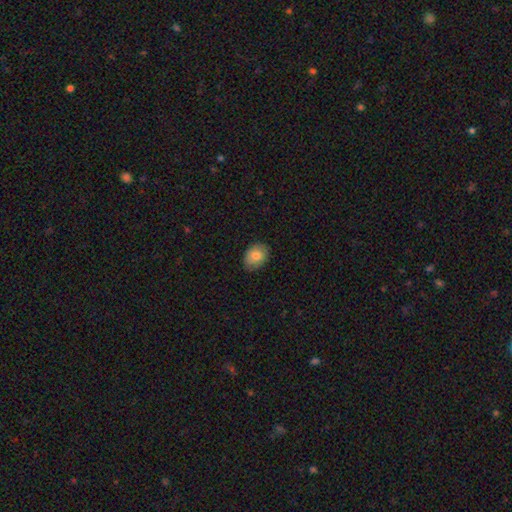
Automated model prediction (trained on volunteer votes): smooth-or-featured: smooth: 83% | featured or disk: 10% | star or artifact: 7%
  how-rounded: in between: 71% | round: 28% | cigar-shaped: 1%
  merging: none: 83% | minor disturbance: 14% | major disturbance: 2% | merger: 1%